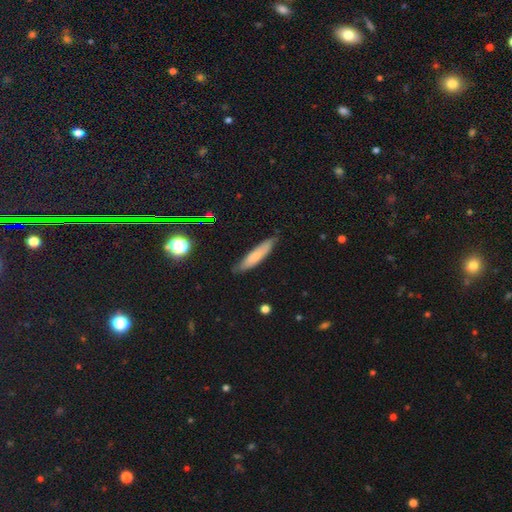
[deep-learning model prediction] smooth_or_featured: smooth (p=0.71) [alt: featured or disk p=0.22]
how_rounded: cigar-shaped (p=0.81) [alt: in between p=0.18]
merging: none (p=0.81) [alt: minor disturbance p=0.15]